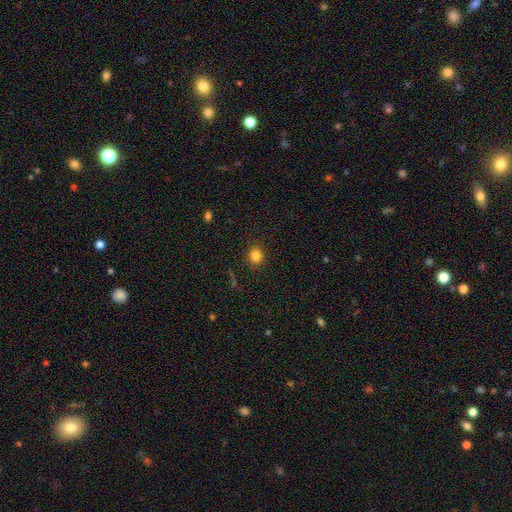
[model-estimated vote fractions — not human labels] This is clearly a smooth galaxy (83%). How rounded: likely round (79%). Merging: clearly none (89%).